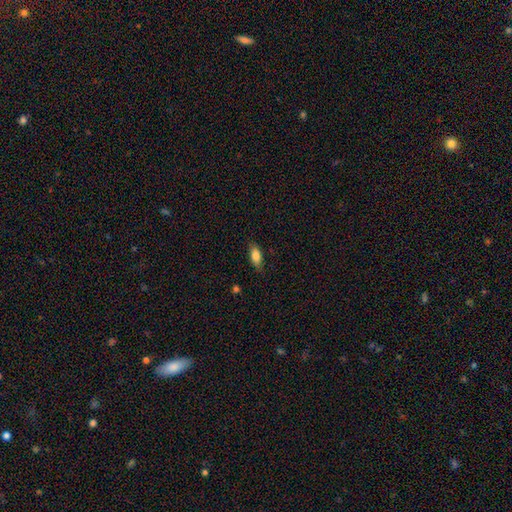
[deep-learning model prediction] Smooth or featured?
  - smooth: 83% *
  - featured or disk: 9%
  - star or artifact: 8%
How rounded?
  - in between: 84% *
  - cigar-shaped: 13%
  - round: 3%
Merging?
  - none: 81% *
  - minor disturbance: 15%
  - major disturbance: 3%
  - merger: 1%